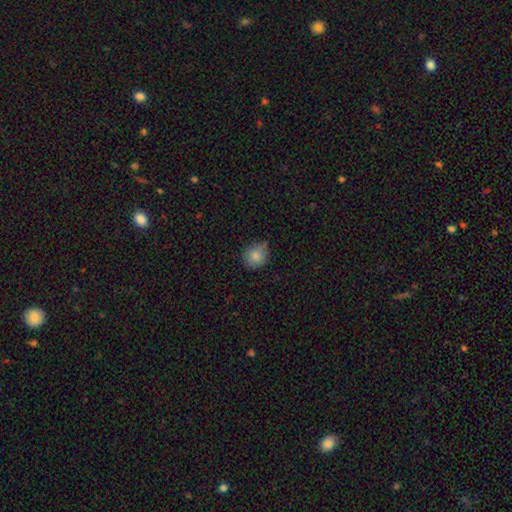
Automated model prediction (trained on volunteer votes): Smooth or featured: smooth — 83% (star or artifact — 9%)
How rounded: round — 77% (in between — 22%)
Merging: none — 72% (minor disturbance — 23%)